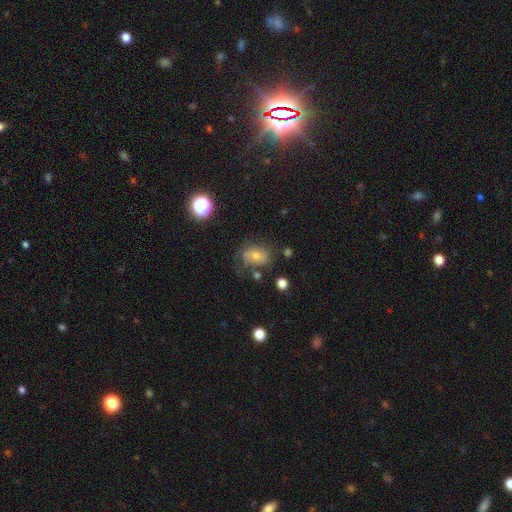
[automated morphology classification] smooth 57%, featured or disk 30%, star or artifact 13%. Down the decision tree: how rounded — in between (71%); merging — none (55%).